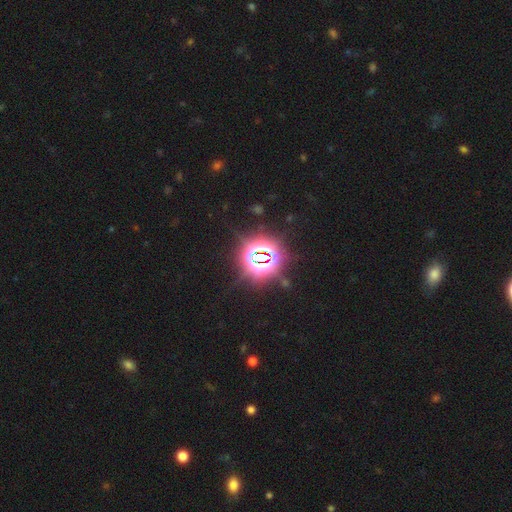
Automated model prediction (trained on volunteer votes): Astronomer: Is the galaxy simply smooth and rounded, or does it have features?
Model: star or artifact — 80%.